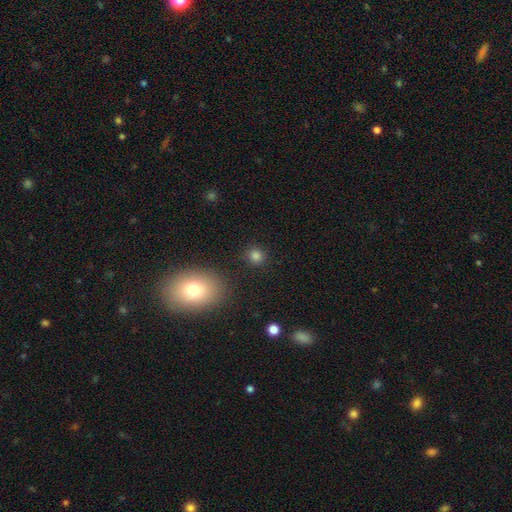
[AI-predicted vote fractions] A smooth galaxy with no disk features (82%) that is round (88%).

Vote fractions:
- Smooth or featured? smooth: 82% / star or artifact: 14% / featured or disk: 4%
- How rounded? round: 88% / in between: 11% / cigar-shaped: 1%
- Merging? none: 88% / minor disturbance: 7% / major disturbance: 3% / merger: 3%